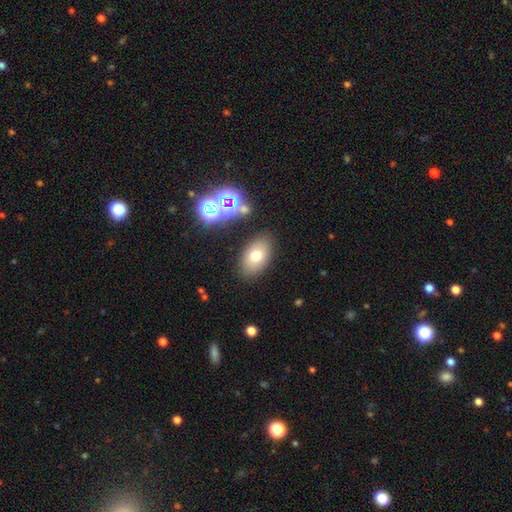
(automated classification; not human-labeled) Overall: smooth (70%). How rounded: in between (88%). Merging: none (84%).